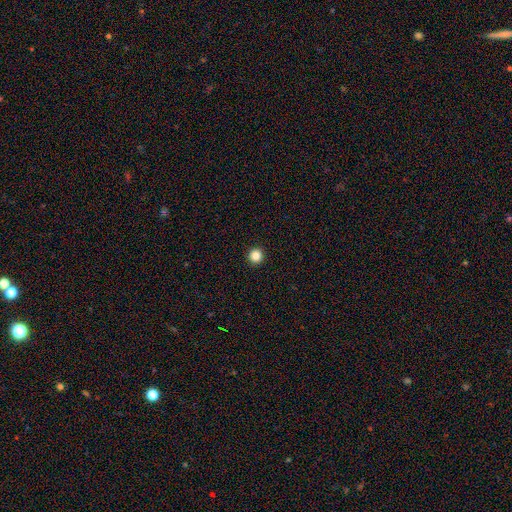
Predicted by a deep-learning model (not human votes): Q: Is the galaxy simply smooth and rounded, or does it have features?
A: smooth — 85%.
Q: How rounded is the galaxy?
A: round — 96%.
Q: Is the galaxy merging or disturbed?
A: none — 94%.